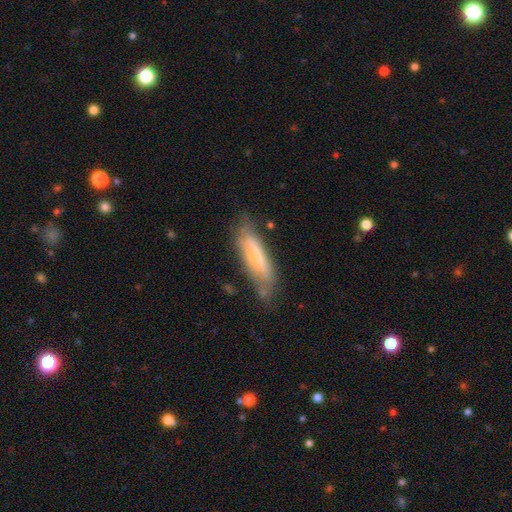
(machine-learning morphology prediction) Smooth or featured?
  - smooth: 61% *
  - featured or disk: 32%
  - star or artifact: 7%
How rounded?
  - cigar-shaped: 68% *
  - in between: 31%
  - round: 1%
Merging?
  - none: 57% *
  - minor disturbance: 29%
  - major disturbance: 10%
  - merger: 4%